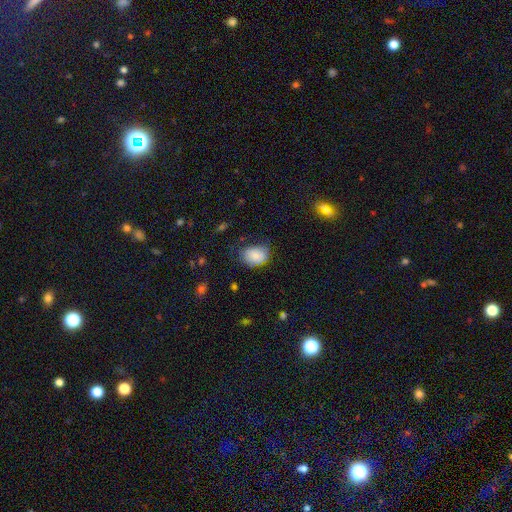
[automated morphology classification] This is clearly a smooth galaxy (85%). How rounded: likely in between (74%). Merging: likely none (64%).